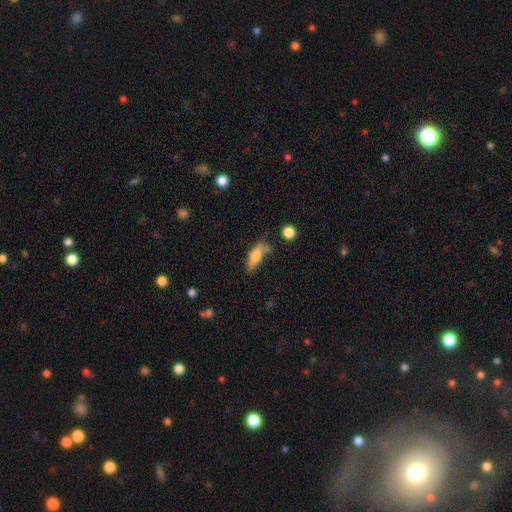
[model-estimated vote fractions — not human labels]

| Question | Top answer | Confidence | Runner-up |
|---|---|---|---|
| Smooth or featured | smooth | 64% | featured or disk (28%) |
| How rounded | in between | 60% | cigar-shaped (35%) |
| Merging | none | 48% | minor disturbance (28%) |